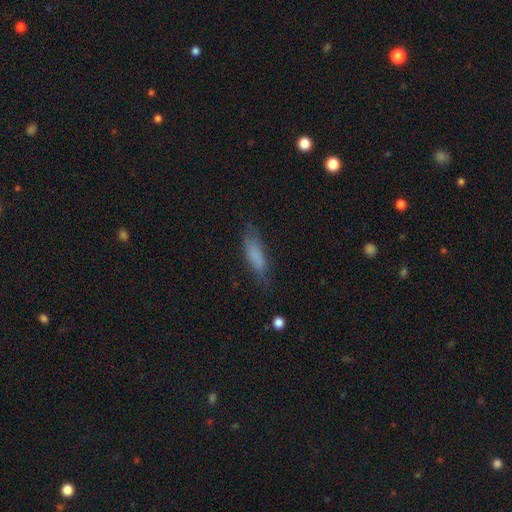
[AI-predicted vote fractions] smooth-or-featured: smooth: 73% | featured or disk: 18% | star or artifact: 9%
  how-rounded: cigar-shaped: 54% | in between: 44% | round: 2%
  merging: none: 65% | minor disturbance: 24% | major disturbance: 9% | merger: 2%